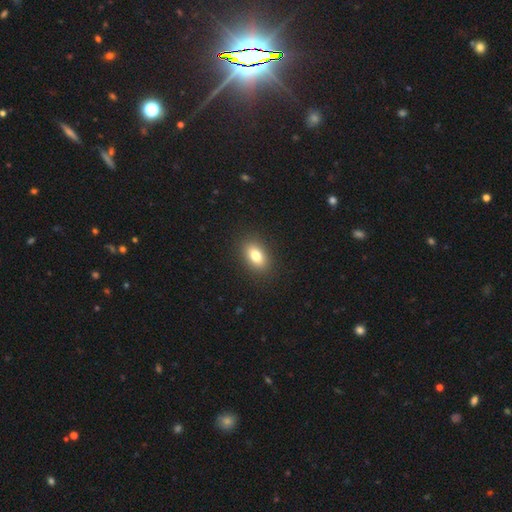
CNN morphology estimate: smooth-or-featured: smooth: 79% | featured or disk: 12% | star or artifact: 9%
  how-rounded: in between: 86% | round: 11% | cigar-shaped: 4%
  merging: none: 89% | minor disturbance: 7% | major disturbance: 2% | merger: 1%